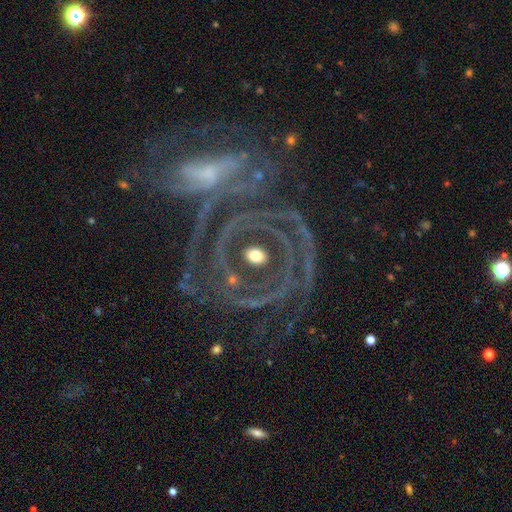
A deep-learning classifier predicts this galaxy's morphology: Smooth or featured? Predicted: featured or disk (p=0.82). Edge-on disk? Predicted: no (p=0.96). Bar? Predicted: no (p=0.67). Spiral arms? Predicted: yes (p=0.79). Spiral winding? Predicted: tight (p=0.69). Spiral arm count? Predicted: can't tell (p=0.27). Bulge size? Predicted: moderate (p=0.56). Merging? Predicted: none (p=0.73).